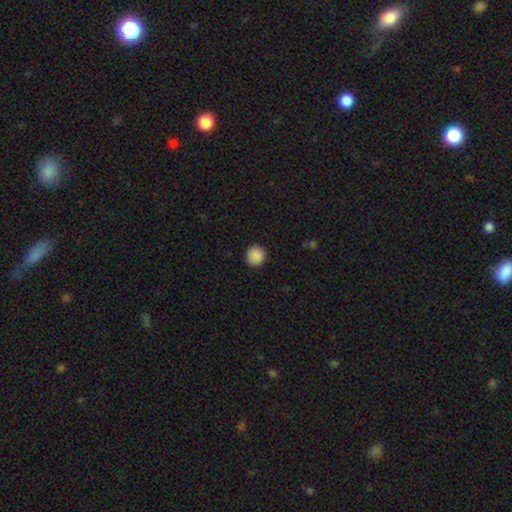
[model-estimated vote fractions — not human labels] A smooth galaxy with no disk features (89%) that is round (94%). Merging: none (92%).